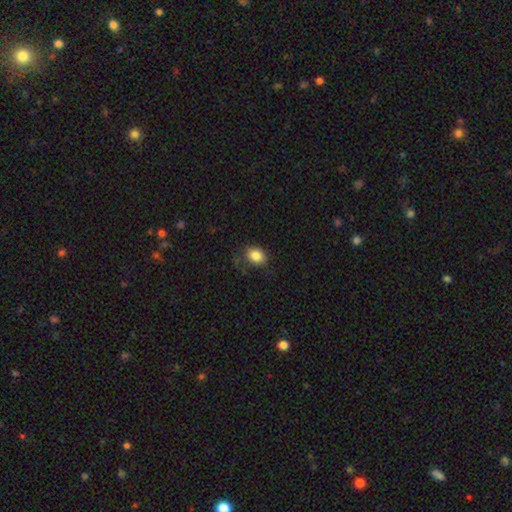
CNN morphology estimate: Q: Smooth or featured?
A: smooth (84%); runner-up: star or artifact (9%)
Q: How rounded?
A: in between (66%); runner-up: round (33%)
Q: Merging?
A: none (74%); runner-up: minor disturbance (19%)